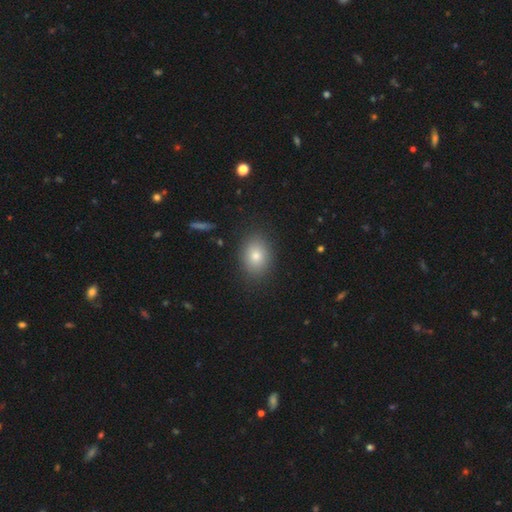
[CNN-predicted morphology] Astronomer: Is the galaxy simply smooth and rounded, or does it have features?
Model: smooth — 78%.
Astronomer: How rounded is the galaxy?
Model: in between — 63%.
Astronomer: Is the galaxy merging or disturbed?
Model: none — 87%.